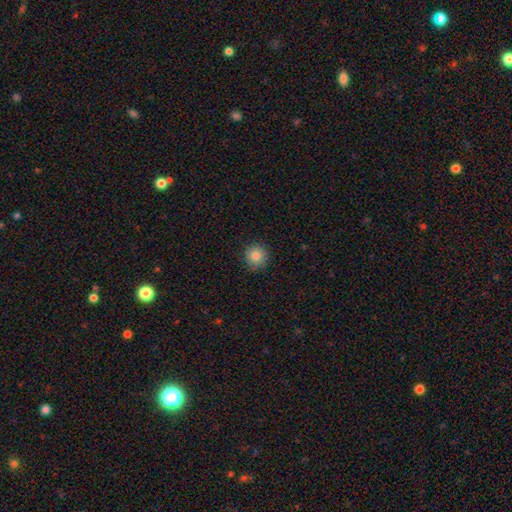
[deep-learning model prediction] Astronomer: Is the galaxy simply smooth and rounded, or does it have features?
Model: smooth — 82%.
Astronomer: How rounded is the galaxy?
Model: round — 93%.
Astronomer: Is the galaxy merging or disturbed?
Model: none — 87%.